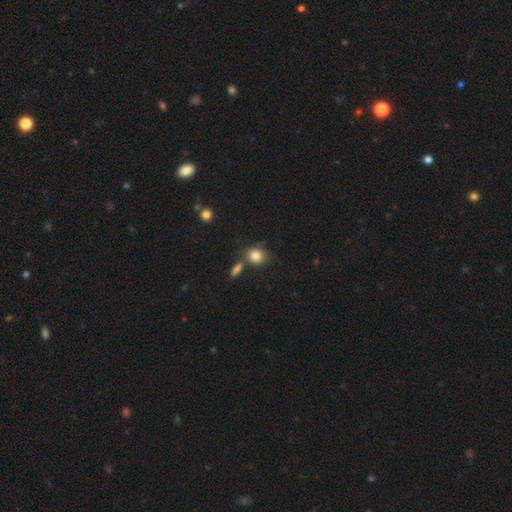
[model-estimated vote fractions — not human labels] smooth_or_featured: smooth (p=0.83) [alt: star or artifact p=0.09]
how_rounded: round (p=0.68) [alt: in between p=0.30]
merging: none (p=0.61) [alt: merger p=0.19]